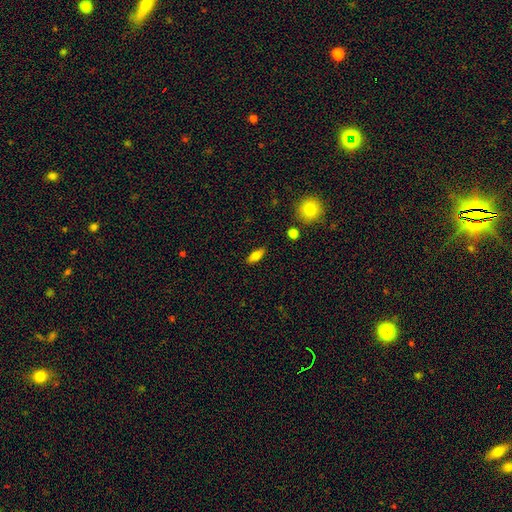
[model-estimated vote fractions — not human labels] smooth_or_featured: smooth (p=0.74) [alt: featured or disk p=0.18]
how_rounded: in between (p=0.74) [alt: cigar-shaped p=0.22]
merging: none (p=0.86) [alt: minor disturbance p=0.10]